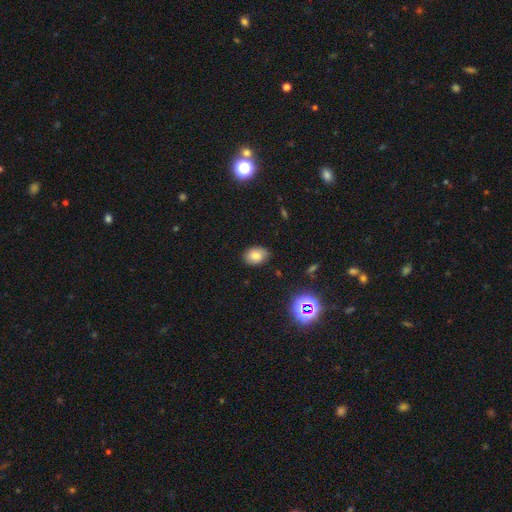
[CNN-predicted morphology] smooth-or-featured: smooth: 73% | featured or disk: 14% | star or artifact: 13%
  how-rounded: in between: 75% | round: 24% | cigar-shaped: 1%
  merging: none: 81% | minor disturbance: 15% | major disturbance: 3% | merger: 1%